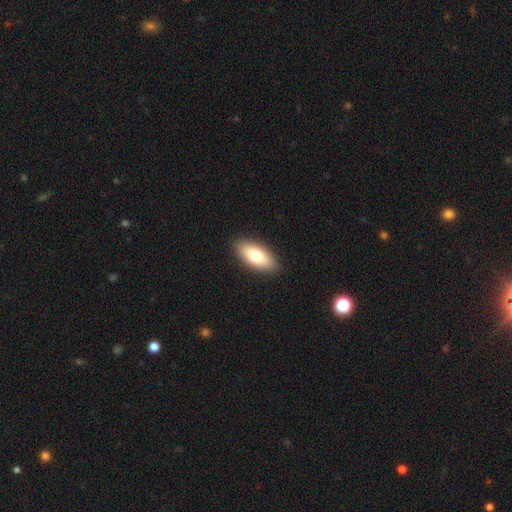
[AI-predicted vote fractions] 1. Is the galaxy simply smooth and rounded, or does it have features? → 79% smooth, 15% featured or disk, 6% star or artifact.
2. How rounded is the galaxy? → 86% in between, 12% cigar-shaped, 2% round.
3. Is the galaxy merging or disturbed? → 89% none, 8% minor disturbance, 2% major disturbance, 1% merger.